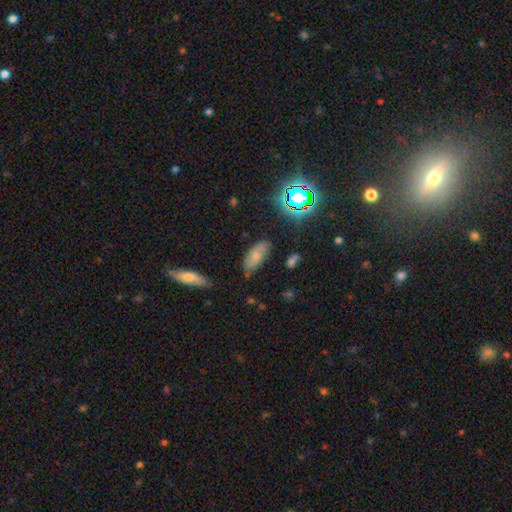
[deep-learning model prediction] This appears to be a smooth galaxy with no disk features (61%) that is in between round and cigar-shaped (86%). Merging: none (73%).